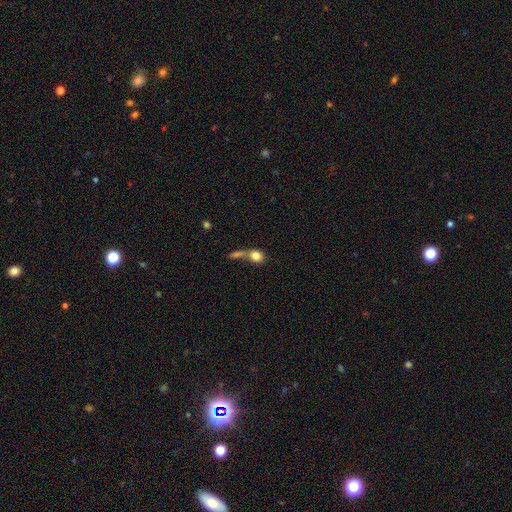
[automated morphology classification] type=smooth (81%); roundness=round (61%); merging=merger (47%).